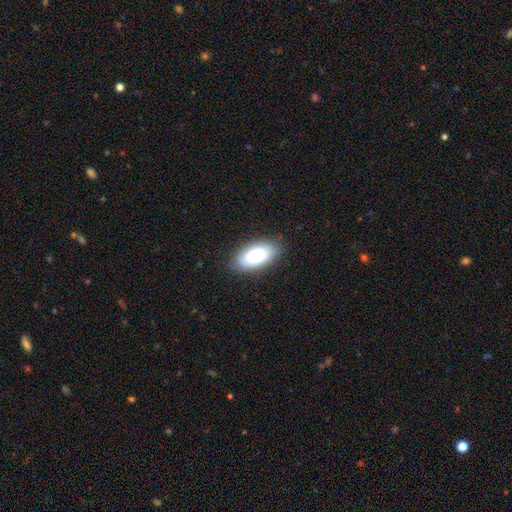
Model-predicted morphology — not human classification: smooth-or-featured: smooth: 79% | featured or disk: 14% | star or artifact: 7%
  how-rounded: in between: 92% | cigar-shaped: 5% | round: 3%
  merging: none: 84% | minor disturbance: 13% | major disturbance: 3% | merger: 1%